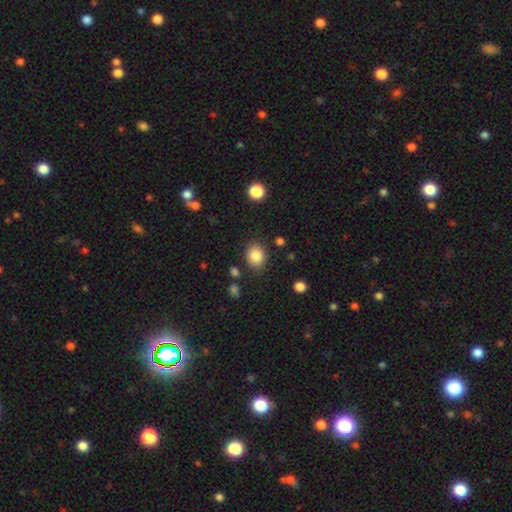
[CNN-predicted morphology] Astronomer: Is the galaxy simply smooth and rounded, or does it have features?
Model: smooth — 85%.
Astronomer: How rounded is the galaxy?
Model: round — 64%.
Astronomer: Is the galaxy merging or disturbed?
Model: none — 84%.